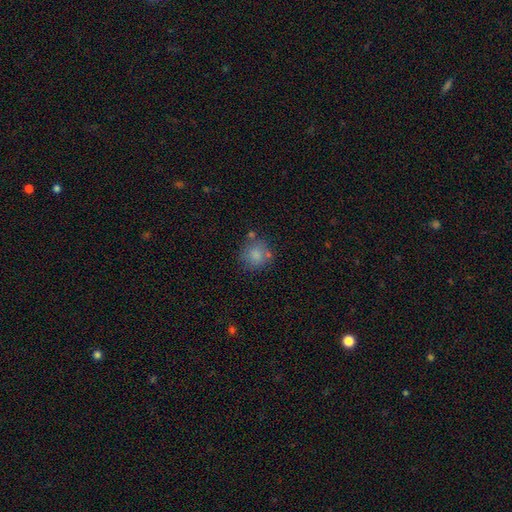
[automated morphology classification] type=smooth (79%); roundness=round (87%); merging=none (68%).